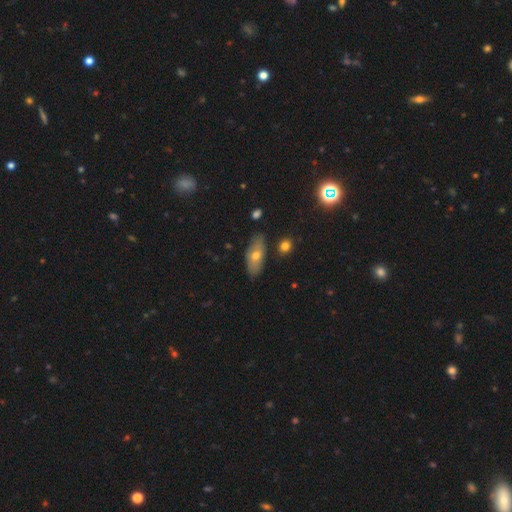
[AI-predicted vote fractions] smooth-or-featured: smooth: 55% | featured or disk: 36% | star or artifact: 9%
  how-rounded: in between: 75% | cigar-shaped: 20% | round: 5%
  merging: none: 81% | minor disturbance: 14% | major disturbance: 3% | merger: 2%